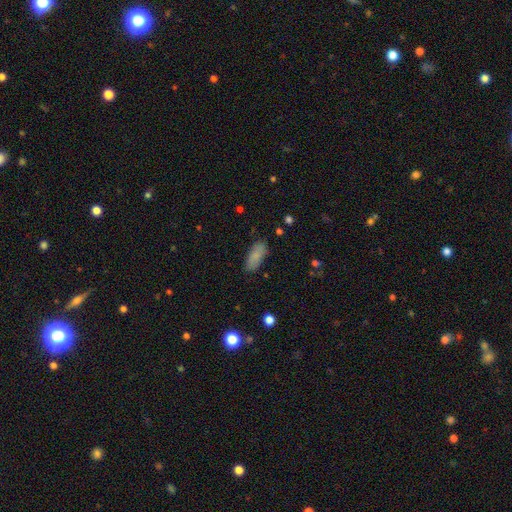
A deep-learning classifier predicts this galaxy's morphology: The model was most divided on "how rounded": in between: 77%, cigar-shaped: 21%, round: 2%. More confident: smooth or featured — smooth (84%); merging — none (82%).